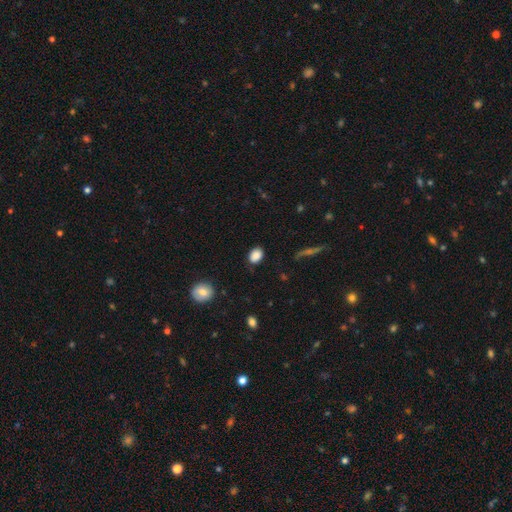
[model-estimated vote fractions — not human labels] Smooth or featured: smooth — 87% (star or artifact — 8%)
How rounded: in between — 72% (round — 26%)
Merging: none — 82% (minor disturbance — 14%)